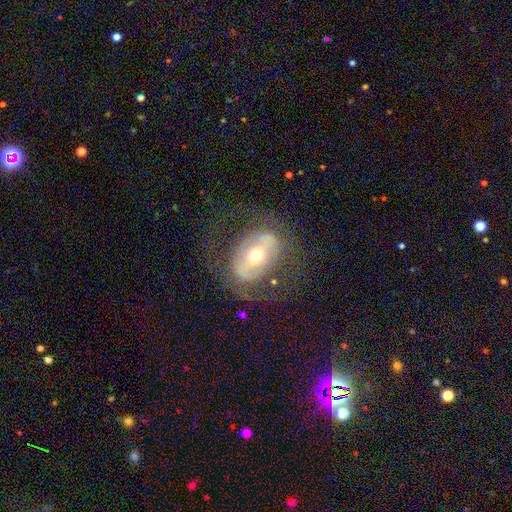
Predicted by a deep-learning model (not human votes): A featured or disk galaxy (66%) with no bar (46%), no spiral arms (62%) and a moderate central bulge (51%).

Vote fractions:
- Smooth or featured? featured or disk: 66% / smooth: 26% / star or artifact: 8%
- Edge-on disk? no: 92% / yes: 8%
- Bar? no: 46% / strong: 28% / weak: 26%
- Spiral arms? no: 62% / yes: 38%
- Bulge size? moderate: 51% / small: 43% / large: 4% / dominant: 1% / none: 1%
- Merging? none: 67% / major disturbance: 16% / minor disturbance: 15% / merger: 1%